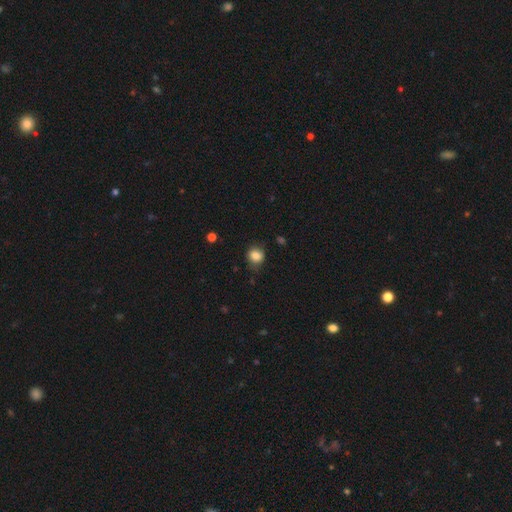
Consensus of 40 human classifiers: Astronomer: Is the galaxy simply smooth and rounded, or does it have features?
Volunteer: smooth — 92%.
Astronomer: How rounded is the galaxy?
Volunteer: round — 73%.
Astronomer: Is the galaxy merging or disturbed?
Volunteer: none — 70%.